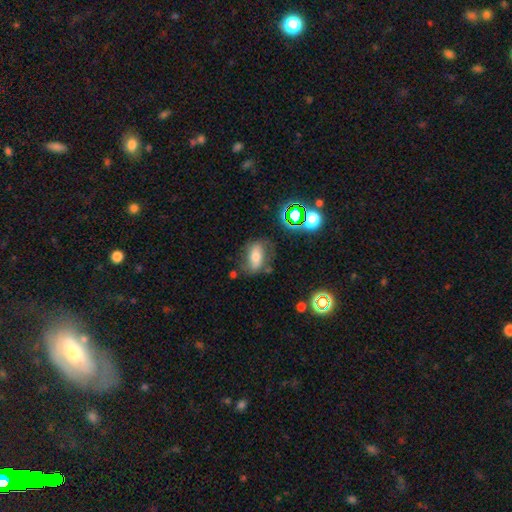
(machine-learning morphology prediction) This is possibly a smooth galaxy (50%). How rounded: clearly in between (80%). Merging: likely none (63%).